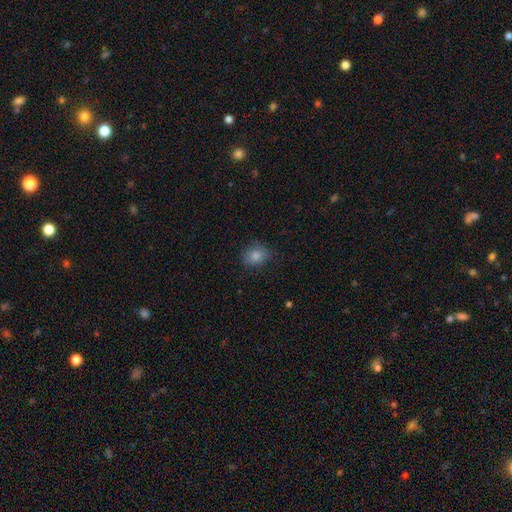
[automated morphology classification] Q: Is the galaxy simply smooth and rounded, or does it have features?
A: smooth — 82%.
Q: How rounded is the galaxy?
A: in between — 56%.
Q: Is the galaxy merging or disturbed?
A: none — 77%.